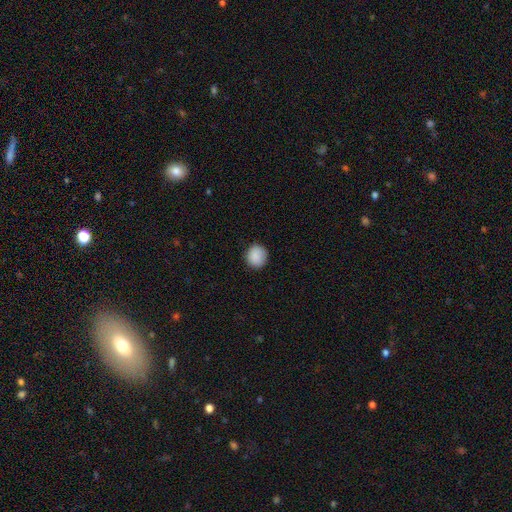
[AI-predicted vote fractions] Smooth or featured: smooth — 89% (star or artifact — 8%)
How rounded: round — 86% (in between — 13%)
Merging: none — 87% (minor disturbance — 9%)